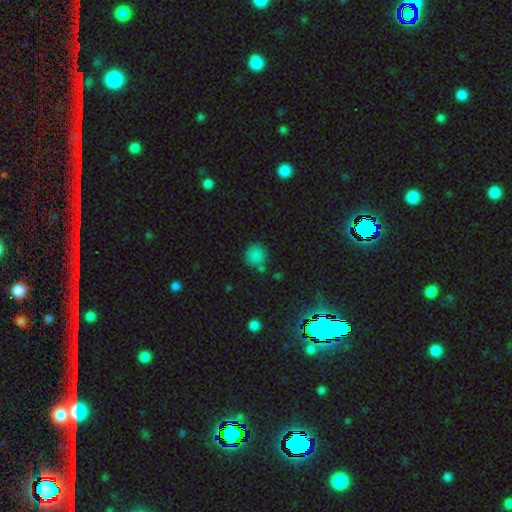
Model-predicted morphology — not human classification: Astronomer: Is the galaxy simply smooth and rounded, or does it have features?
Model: smooth — 81%.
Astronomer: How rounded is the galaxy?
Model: round — 90%.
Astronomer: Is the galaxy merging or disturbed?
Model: none — 73%.